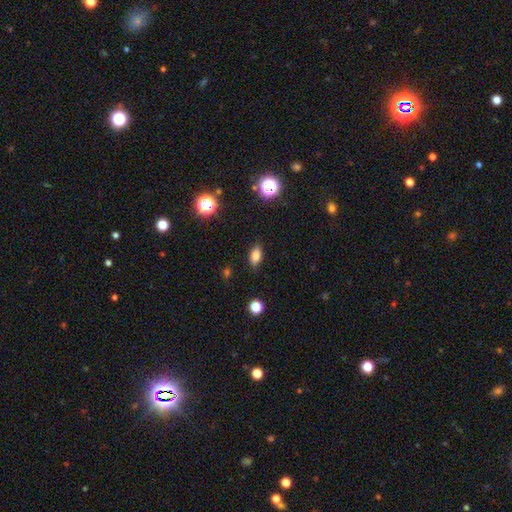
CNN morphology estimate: A smooth galaxy with no disk features (80%) that is in between round and cigar-shaped (86%).

Vote fractions:
- Smooth or featured? smooth: 80% / star or artifact: 11% / featured or disk: 9%
- How rounded? in between: 86% / round: 9% / cigar-shaped: 6%
- Merging? none: 85% / minor disturbance: 11% / major disturbance: 3% / merger: 1%